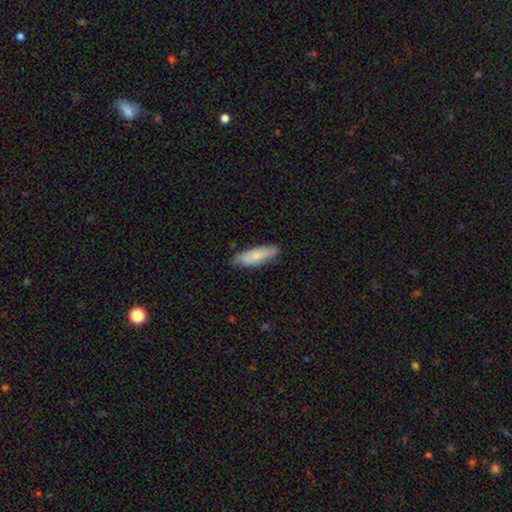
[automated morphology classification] A smooth galaxy with no disk features (67%) that is in between round and cigar-shaped (57%). Merging: none (78%).